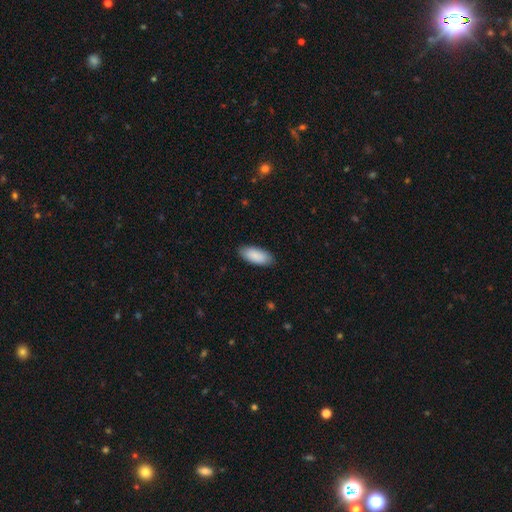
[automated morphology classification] The model was most divided on "how rounded": in between: 87%, cigar-shaped: 11%, round: 2%. More confident: smooth or featured — smooth (89%); merging — none (87%).